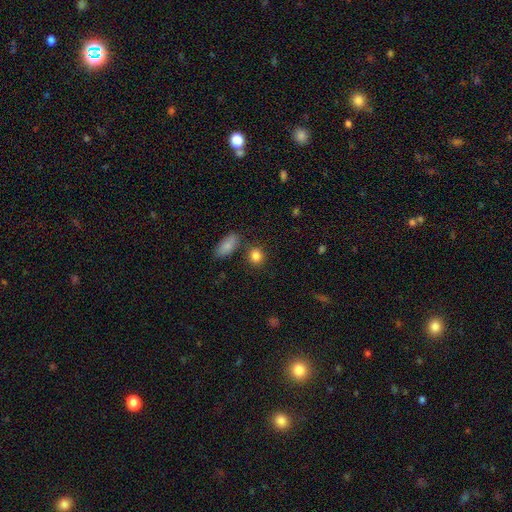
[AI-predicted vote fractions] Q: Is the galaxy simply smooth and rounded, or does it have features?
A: smooth — 85%.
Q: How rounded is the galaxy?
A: round — 70%.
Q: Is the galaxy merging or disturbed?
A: none — 78%.